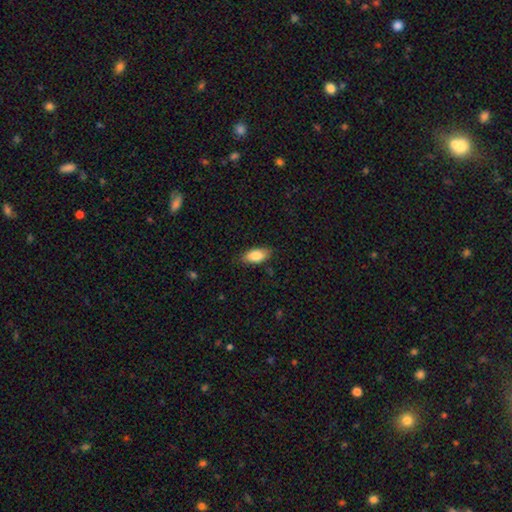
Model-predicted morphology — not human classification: Smooth or featured?
  - smooth: 84% *
  - featured or disk: 10%
  - star or artifact: 7%
How rounded?
  - in between: 90% *
  - cigar-shaped: 7%
  - round: 3%
Merging?
  - none: 82% *
  - minor disturbance: 15%
  - major disturbance: 3%
  - merger: 1%